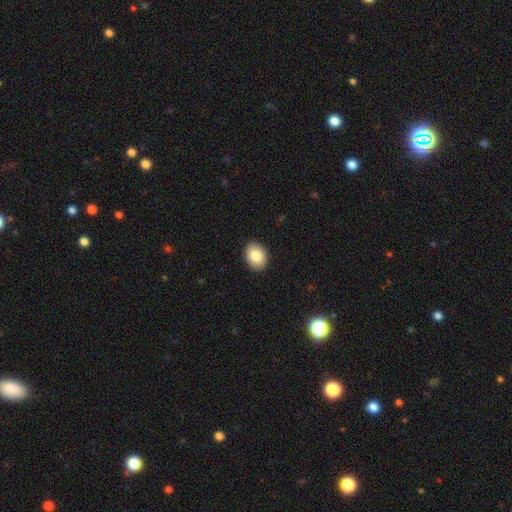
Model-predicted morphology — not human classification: Overall: smooth (86%). How rounded: in between (65%; round 34%). Merging: none (90%).